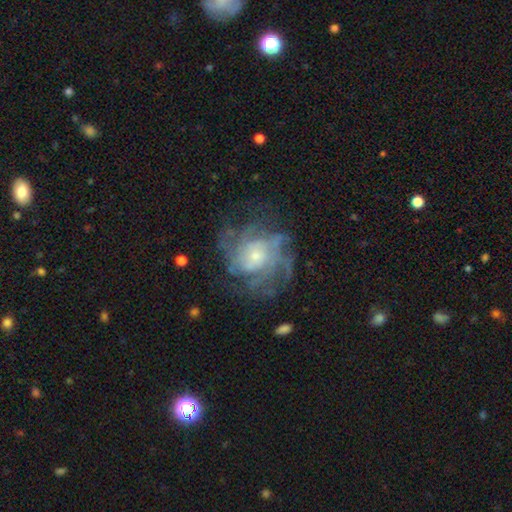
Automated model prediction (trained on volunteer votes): Smooth or featured: featured or disk — 78% (smooth — 13%)
Edge-on disk: no — 97% (yes — 3%)
Bar: no — 77% (weak — 19%)
Spiral arms: yes — 86% (no — 14%)
Spiral winding: tight — 51% (medium — 35%)
Spiral arm count: can't tell — 42% (4 — 19%)
Bulge size: small — 59% (moderate — 32%)
Merging: none — 65% (minor disturbance — 18%)